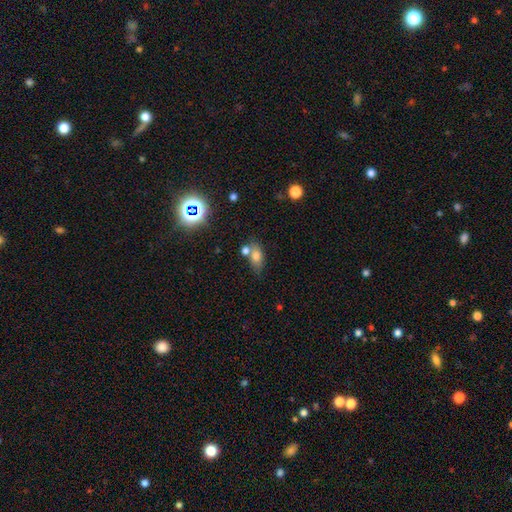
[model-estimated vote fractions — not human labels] A smooth galaxy with no disk features (71%) that is in between round and cigar-shaped (80%). Merging: none (49%).